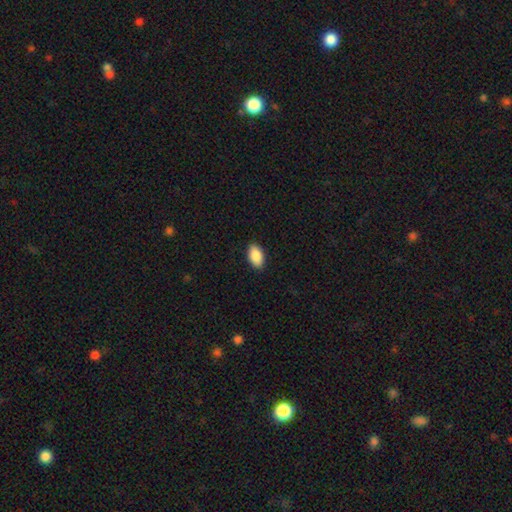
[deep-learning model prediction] Q: Smooth or featured?
A: smooth (89%); runner-up: star or artifact (7%)
Q: How rounded?
A: in between (93%); runner-up: round (5%)
Q: Merging?
A: none (88%); runner-up: minor disturbance (9%)